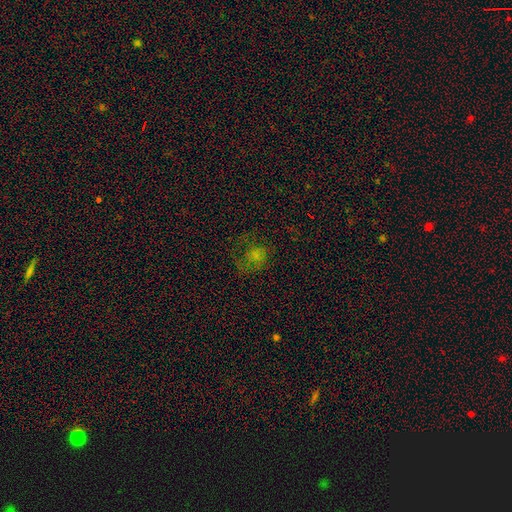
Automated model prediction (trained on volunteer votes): Q: Smooth or featured?
A: smooth (56%); runner-up: star or artifact (25%)
Q: How rounded?
A: round (68%); runner-up: in between (31%)
Q: Merging?
A: none (47%); runner-up: major disturbance (29%)